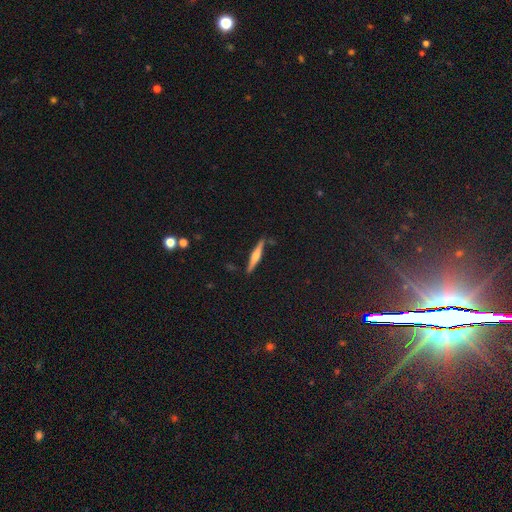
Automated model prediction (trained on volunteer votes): Q: Smooth or featured?
A: featured or disk (60%); runner-up: smooth (34%)
Q: Edge-on disk?
A: yes (97%); runner-up: no (3%)
Q: Edge-on bulge?
A: rounded (71%); runner-up: boxy (19%)
Q: Merging?
A: none (85%); runner-up: minor disturbance (10%)